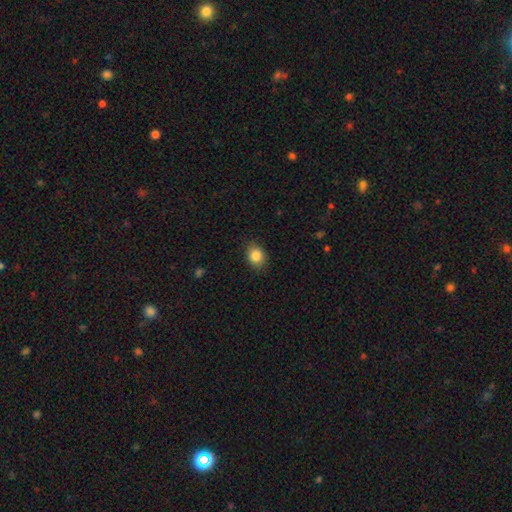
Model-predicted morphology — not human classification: Smooth or featured? smooth (85%)
How rounded? round (53%)
Merging? none (84%)